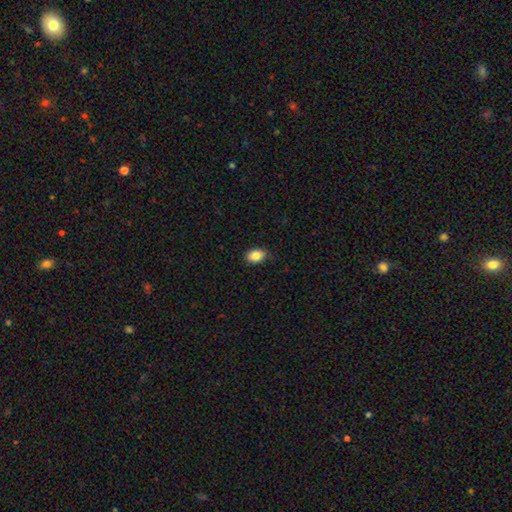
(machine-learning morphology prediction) A smooth galaxy with no disk features (85%) that is in between round and cigar-shaped (81%).

Vote fractions:
- Smooth or featured? smooth: 85% / star or artifact: 9% / featured or disk: 6%
- How rounded? in between: 81% / round: 18% / cigar-shaped: 1%
- Merging? none: 84% / minor disturbance: 13% / major disturbance: 2% / merger: 1%